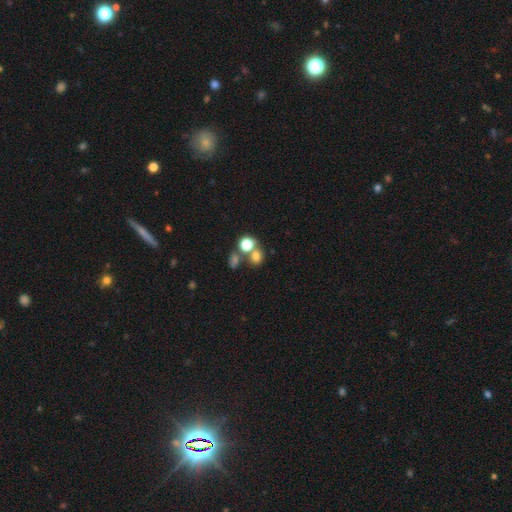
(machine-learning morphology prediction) This is likely a smooth galaxy (71%). How rounded: likely round (70%). Merging: possibly none (49%).